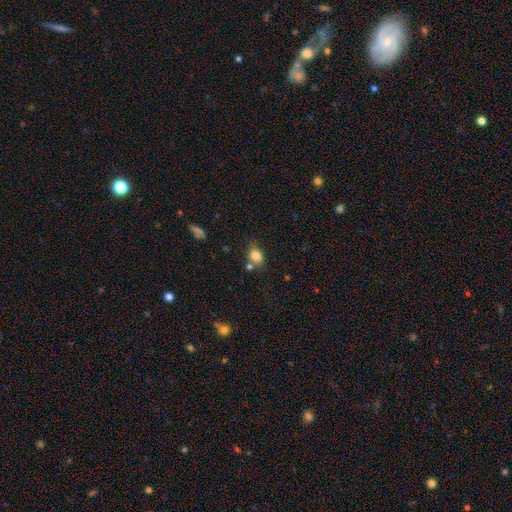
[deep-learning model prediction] Smooth or featured?
  - smooth: 81% *
  - star or artifact: 10%
  - featured or disk: 8%
How rounded?
  - in between: 62% *
  - round: 37%
  - cigar-shaped: 1%
Merging?
  - none: 58% *
  - minor disturbance: 20%
  - merger: 16%
  - major disturbance: 6%